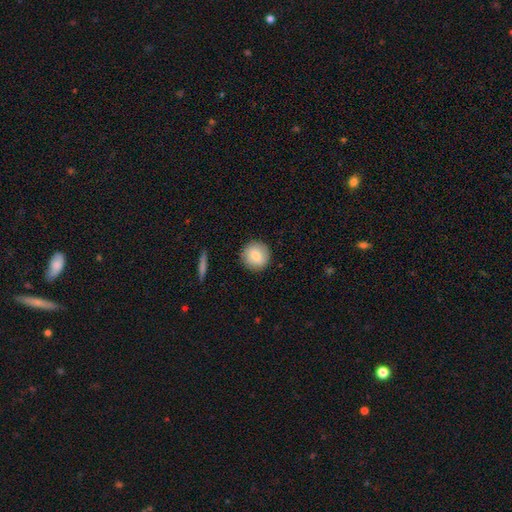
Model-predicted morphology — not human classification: smooth_or_featured: smooth (p=0.80) [alt: featured or disk p=0.13]
how_rounded: round (p=0.94) [alt: in between p=0.05]
merging: none (p=0.90) [alt: minor disturbance p=0.07]